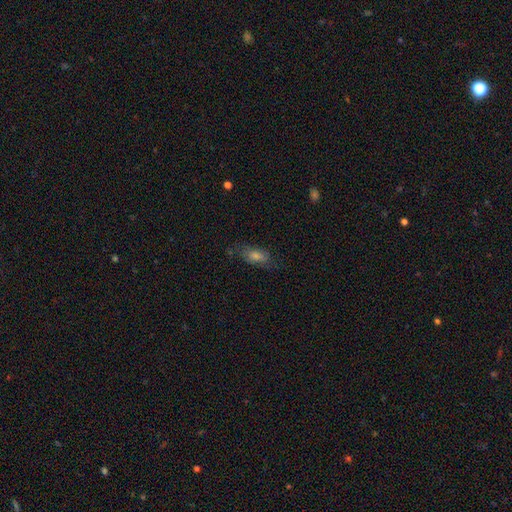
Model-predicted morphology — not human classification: A smooth galaxy with no disk features (48%).

Vote fractions:
- Smooth or featured? smooth: 48% / featured or disk: 35% / star or artifact: 18%
- Merging? none: 72% / minor disturbance: 19% / major disturbance: 8% / merger: 2%